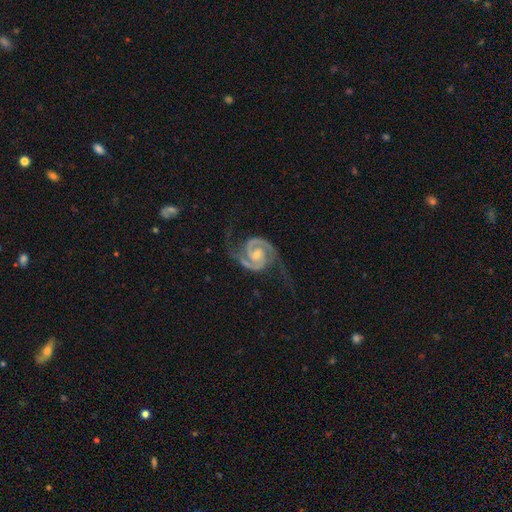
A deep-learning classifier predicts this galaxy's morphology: Smooth or featured? Predicted: featured or disk (p=0.93). Edge-on disk? Predicted: no (p=0.98). Bar? Predicted: no (p=0.53). Spiral arms? Predicted: yes (p=0.99). Spiral winding? Predicted: medium (p=0.50). Spiral arm count? Predicted: 2 (p=0.94). Bulge size? Predicted: moderate (p=0.51). Merging? Predicted: none (p=0.72).